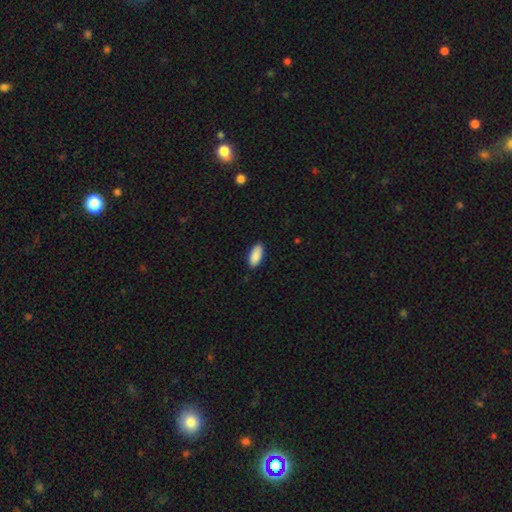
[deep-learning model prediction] smooth 90%, star or artifact 6%, featured or disk 4%. Down the decision tree: how rounded — in between (89%); merging — none (89%).